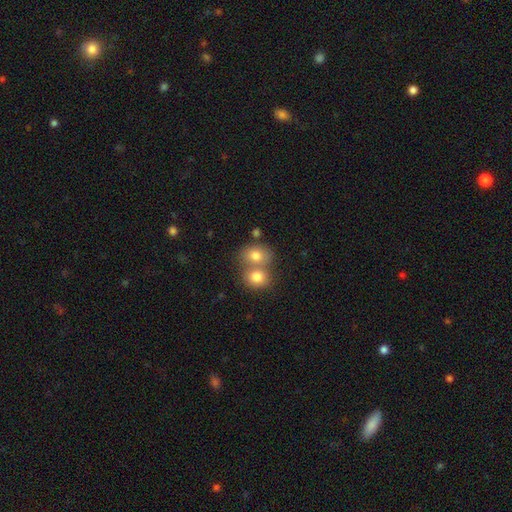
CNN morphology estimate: This is likely a smooth galaxy (77%). How rounded: possibly round (58%). Merging: possibly merger (57%).